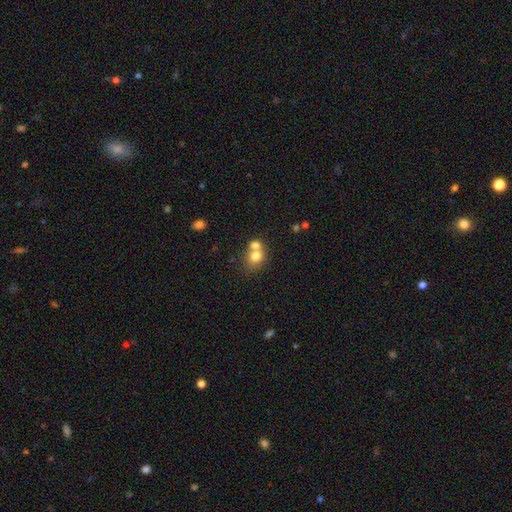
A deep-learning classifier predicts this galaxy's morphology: A smooth galaxy with no disk features (75%) that is round (66%). Merging: merger (55%).